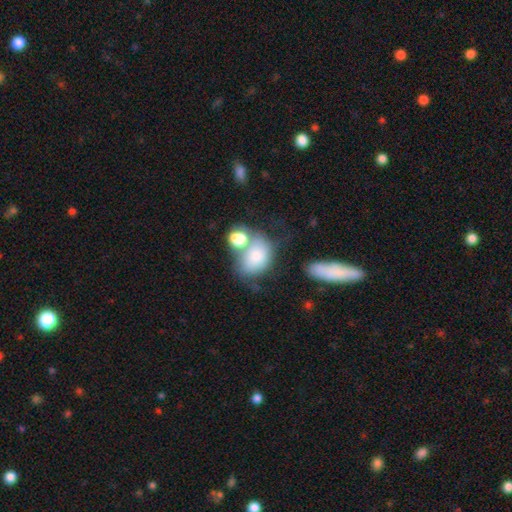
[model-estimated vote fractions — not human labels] A smooth galaxy with no disk features (73%) that is in between round and cigar-shaped (71%). Merging: merger (42%).